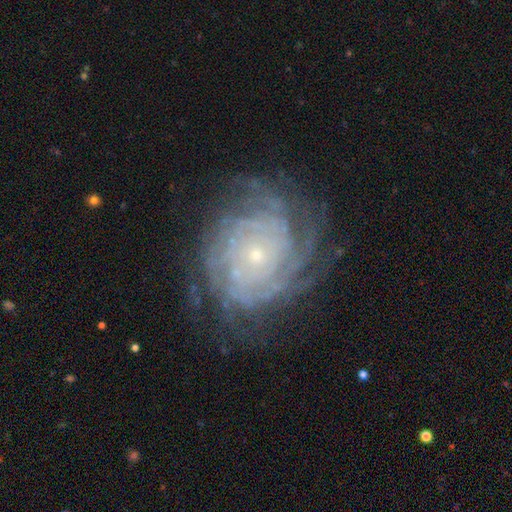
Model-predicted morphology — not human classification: Q: Smooth or featured?
A: featured or disk (87%); runner-up: star or artifact (7%)
Q: Edge-on disk?
A: no (97%); runner-up: yes (3%)
Q: Bar?
A: no (82%); runner-up: weak (13%)
Q: Spiral arms?
A: yes (97%); runner-up: no (3%)
Q: Spiral winding?
A: tight (83%); runner-up: medium (14%)
Q: Spiral arm count?
A: can't tell (28%); runner-up: more than 4 (24%)
Q: Bulge size?
A: small (84%); runner-up: moderate (12%)
Q: Merging?
A: none (76%); runner-up: minor disturbance (15%)